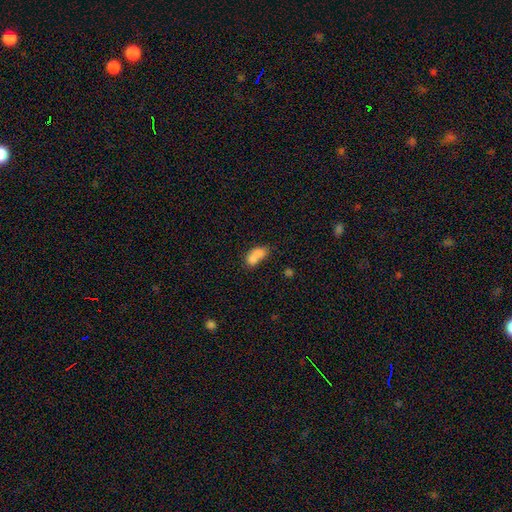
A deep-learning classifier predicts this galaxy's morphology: Smooth or featured? Predicted: smooth (p=0.73). How rounded? Predicted: in between (p=0.75). Merging? Predicted: merger (p=0.63).